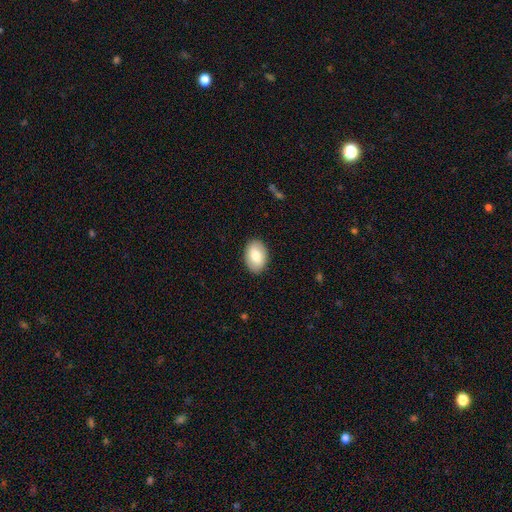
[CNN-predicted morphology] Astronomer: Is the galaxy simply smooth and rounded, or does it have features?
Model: smooth — 79%.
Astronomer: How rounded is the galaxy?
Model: in between — 85%.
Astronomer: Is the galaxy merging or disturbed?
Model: none — 89%.